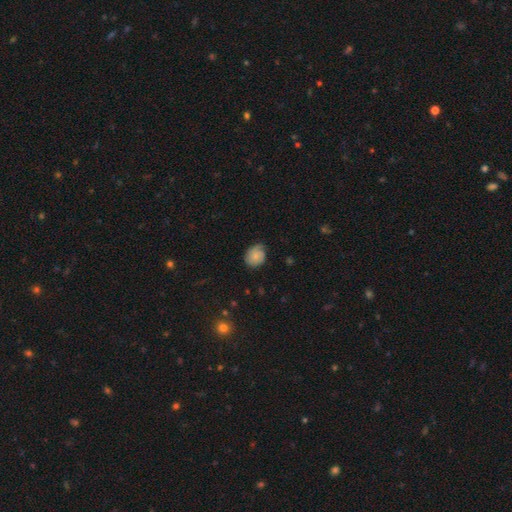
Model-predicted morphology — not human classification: smooth 66%, featured or disk 25%, star or artifact 9%. Down the decision tree: how rounded — round (58%); merging — none (61%).